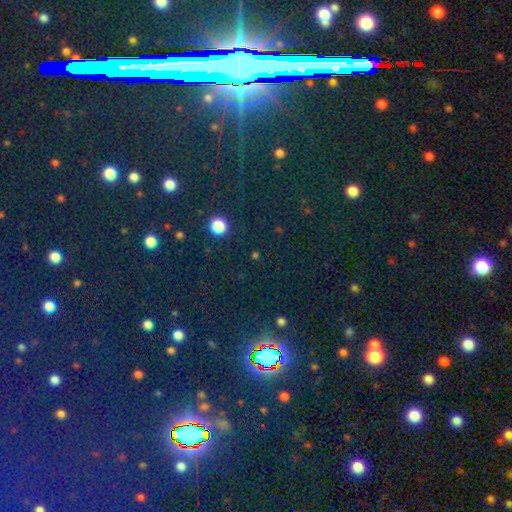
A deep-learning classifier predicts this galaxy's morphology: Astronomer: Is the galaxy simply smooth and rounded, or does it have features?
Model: star or artifact — 77%.